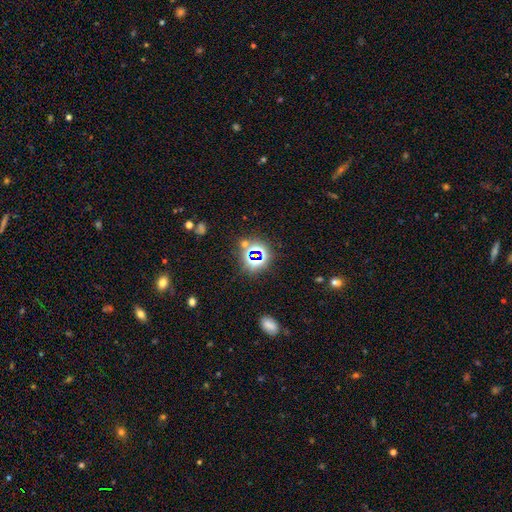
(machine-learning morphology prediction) A star or artifact, not a galaxy (72%).